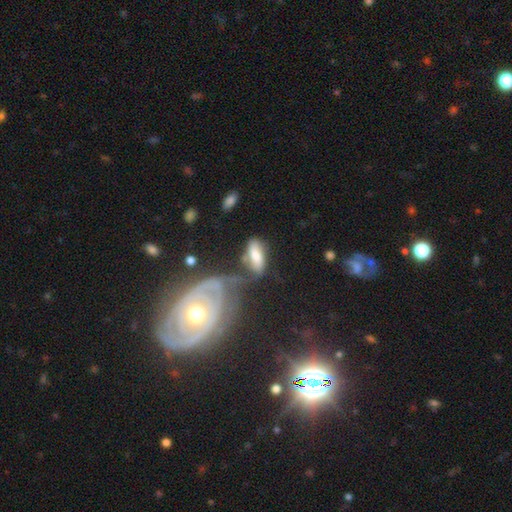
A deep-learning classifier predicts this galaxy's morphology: This is likely a smooth galaxy (67%). How rounded: clearly in between (81%). Merging: marginally none (43%).